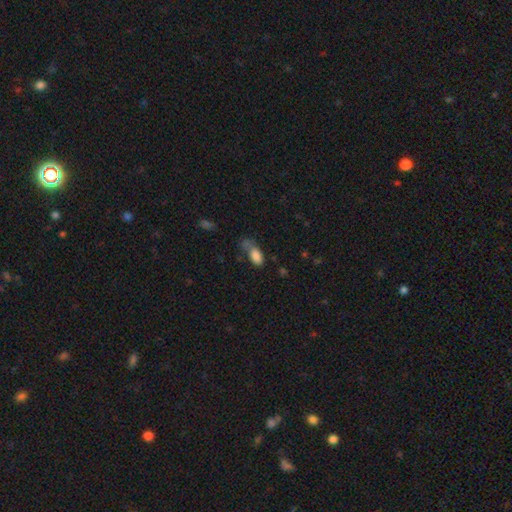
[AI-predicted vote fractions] Smooth or featured?
  - smooth: 83% *
  - star or artifact: 9%
  - featured or disk: 8%
How rounded?
  - in between: 90% *
  - round: 5%
  - cigar-shaped: 4%
Merging?
  - none: 35% *
  - minor disturbance: 23%
  - major disturbance: 22%
  - merger: 20%